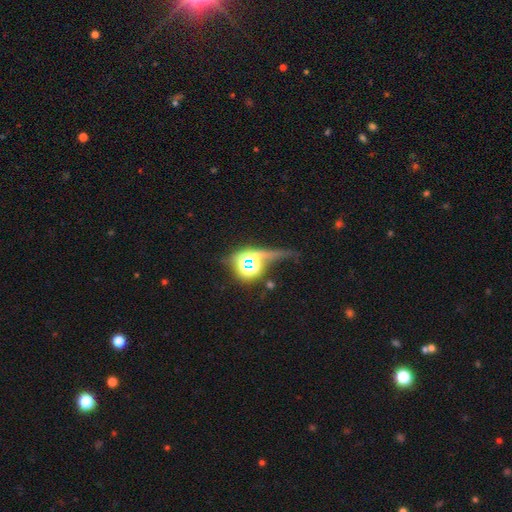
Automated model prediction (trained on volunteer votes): Smooth or featured?
  - star or artifact: 53% *
  - smooth: 24%
  - featured or disk: 23%